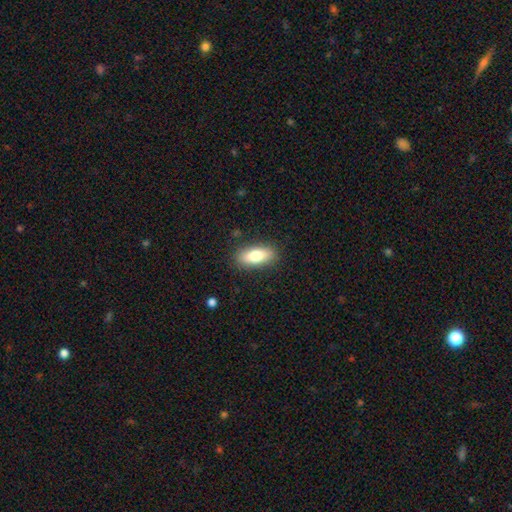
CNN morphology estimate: A smooth galaxy with no disk features (77%) that is in between round and cigar-shaped (78%).

Vote fractions:
- Smooth or featured? smooth: 77% / featured or disk: 16% / star or artifact: 7%
- How rounded? in between: 78% / cigar-shaped: 19% / round: 3%
- Merging? none: 87% / minor disturbance: 10% / major disturbance: 2% / merger: 1%